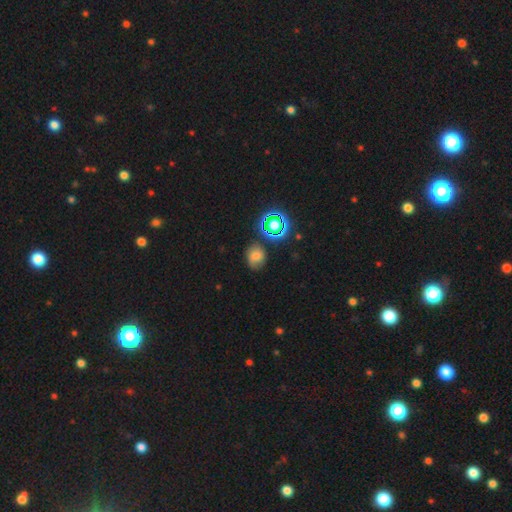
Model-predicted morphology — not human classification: smooth_or_featured: smooth (p=0.63) [alt: star or artifact p=0.24]
how_rounded: round (p=0.63) [alt: in between p=0.36]
merging: none (p=0.70) [alt: minor disturbance p=0.19]